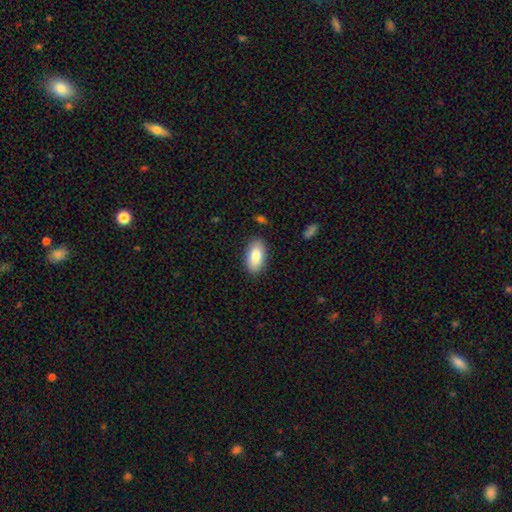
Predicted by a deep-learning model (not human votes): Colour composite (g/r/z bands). It shows a smooth galaxy with no disk features (84%) that is in between round and cigar-shaped (94%). Merging: none (86%).